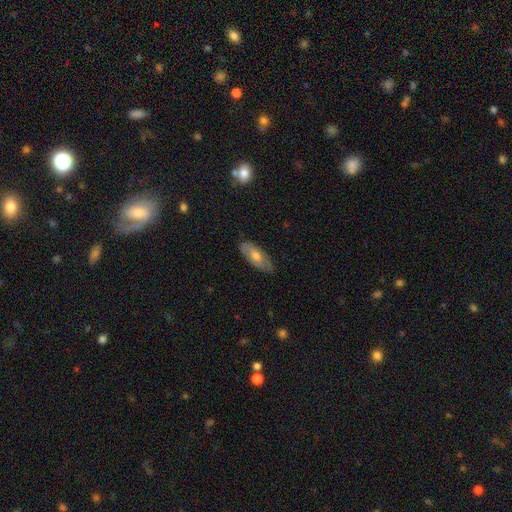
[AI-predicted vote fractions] Smooth or featured? Predicted: smooth (p=0.49). Merging? Predicted: none (p=0.81).